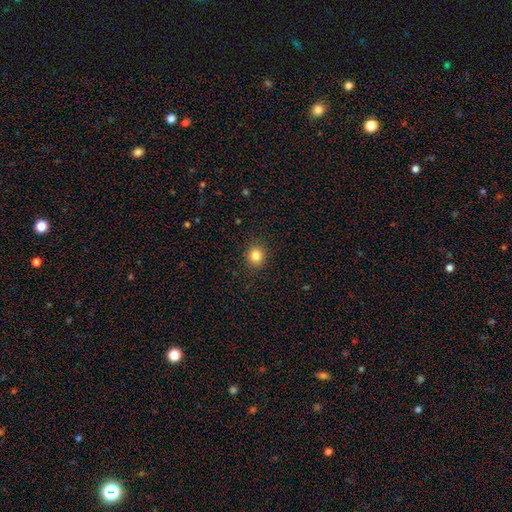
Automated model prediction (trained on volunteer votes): A smooth galaxy with no disk features (83%) that is round (86%).

Vote fractions:
- Smooth or featured? smooth: 83% / star or artifact: 12% / featured or disk: 5%
- How rounded? round: 86% / in between: 13% / cigar-shaped: 1%
- Merging? none: 90% / minor disturbance: 6% / major disturbance: 2% / merger: 1%